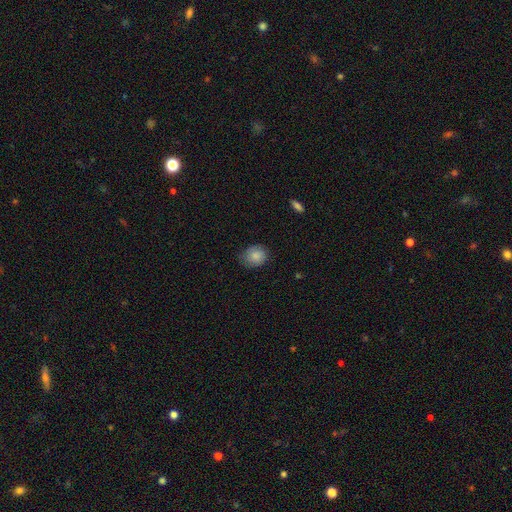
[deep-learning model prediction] A smooth galaxy with no disk features (84%) that is round (67%).

Vote fractions:
- Smooth or featured? smooth: 84% / featured or disk: 8% / star or artifact: 8%
- How rounded? round: 67% / in between: 32% / cigar-shaped: 1%
- Merging? none: 74% / minor disturbance: 22% / major disturbance: 4% / merger: 1%